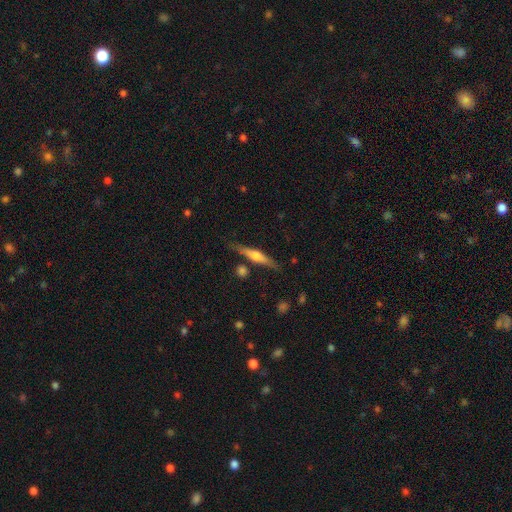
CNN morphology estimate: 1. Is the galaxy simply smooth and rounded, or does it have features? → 65% featured or disk, 29% smooth, 6% star or artifact.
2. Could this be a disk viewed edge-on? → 96% yes, 4% no.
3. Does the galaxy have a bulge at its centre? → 83% rounded, 11% boxy, 6% none.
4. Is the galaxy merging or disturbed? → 81% none, 12% minor disturbance, 5% merger, 3% major disturbance.